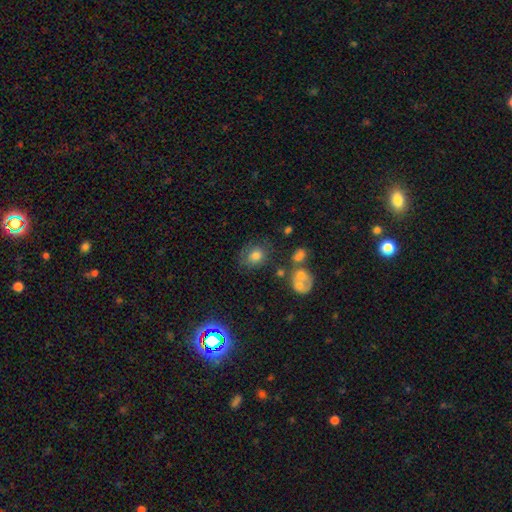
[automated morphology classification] smooth-or-featured: smooth: 74% | featured or disk: 13% | star or artifact: 13%
  how-rounded: round: 65% | in between: 34% | cigar-shaped: 1%
  merging: none: 61% | minor disturbance: 20% | major disturbance: 10% | merger: 9%